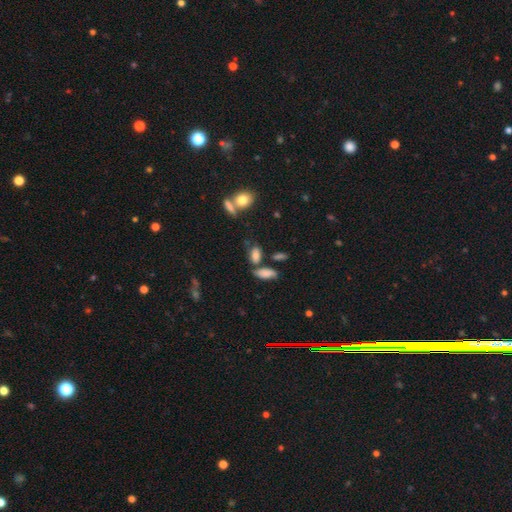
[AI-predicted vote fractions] smooth-or-featured: smooth: 68% | star or artifact: 17% | featured or disk: 14%
  how-rounded: in between: 78% | cigar-shaped: 12% | round: 10%
  merging: none: 57% | merger: 22% | minor disturbance: 15% | major disturbance: 6%